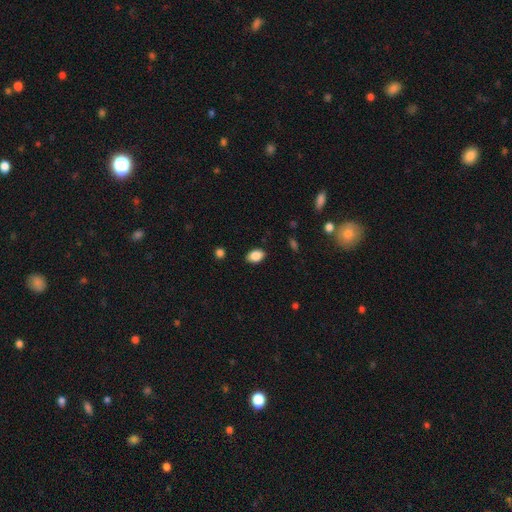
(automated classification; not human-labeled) Smooth or featured?
  - smooth: 87% *
  - star or artifact: 8%
  - featured or disk: 5%
How rounded?
  - in between: 86% *
  - round: 13%
  - cigar-shaped: 1%
Merging?
  - none: 87% *
  - minor disturbance: 10%
  - major disturbance: 2%
  - merger: 1%